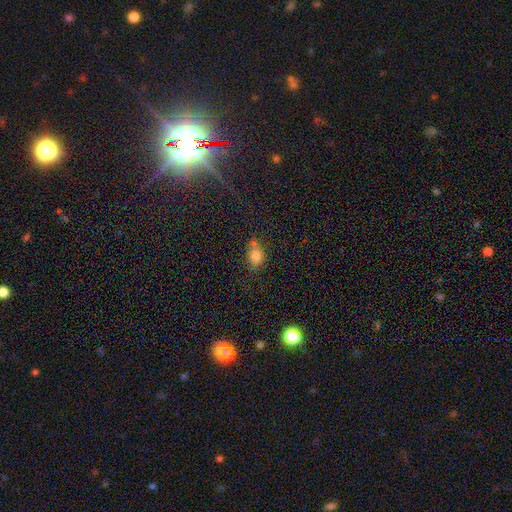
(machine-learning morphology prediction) type=smooth (77%); roundness=in between (58%); merging=none (54%).